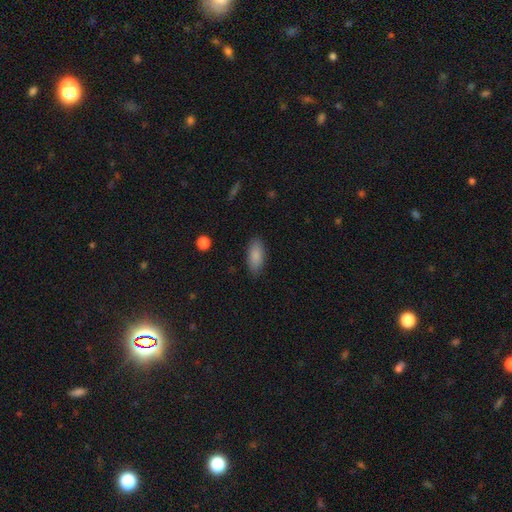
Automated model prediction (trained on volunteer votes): Q: Smooth or featured?
A: smooth (87%); runner-up: star or artifact (7%)
Q: How rounded?
A: in between (87%); runner-up: cigar-shaped (11%)
Q: Merging?
A: none (86%); runner-up: minor disturbance (11%)